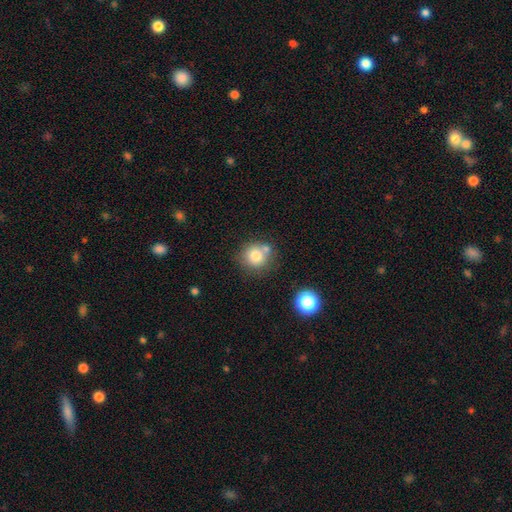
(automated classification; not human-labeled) Q: Smooth or featured?
A: smooth (78%); runner-up: star or artifact (11%)
Q: How rounded?
A: round (89%); runner-up: in between (10%)
Q: Merging?
A: none (64%); runner-up: merger (19%)